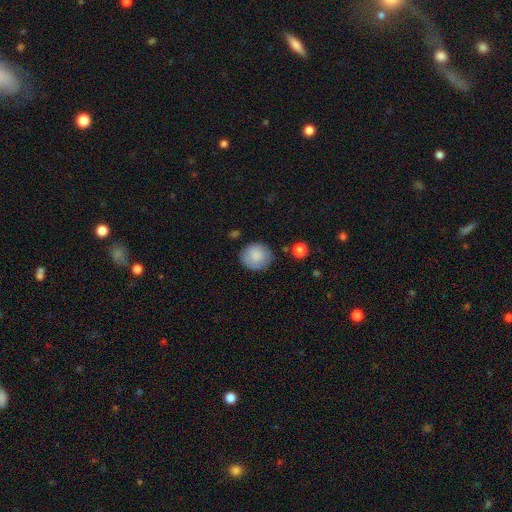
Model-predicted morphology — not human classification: A smooth galaxy with no disk features (85%) that is round (84%).

Vote fractions:
- Smooth or featured? smooth: 85% / featured or disk: 9% / star or artifact: 7%
- How rounded? round: 84% / in between: 15% / cigar-shaped: 1%
- Merging? none: 79% / minor disturbance: 15% / major disturbance: 4% / merger: 3%